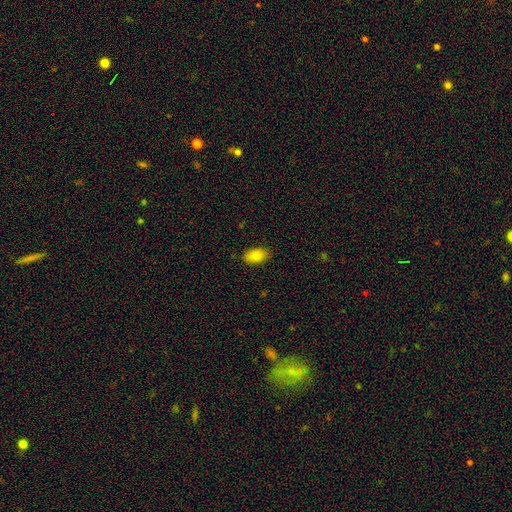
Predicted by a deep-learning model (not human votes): Smooth or featured? smooth (86%)
How rounded? in between (93%)
Merging? none (86%)